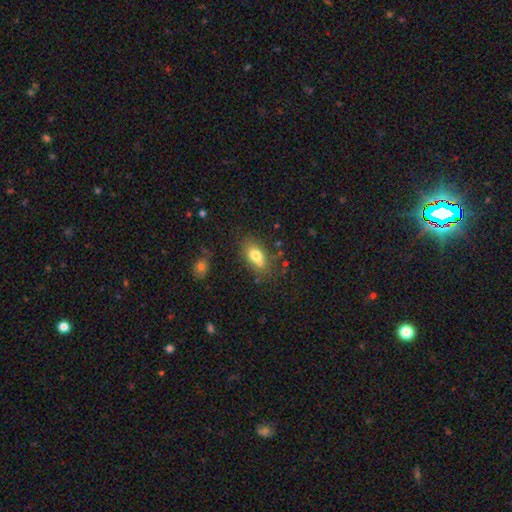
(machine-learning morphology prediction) smooth 75%, featured or disk 15%, star or artifact 10%. Down the decision tree: how rounded — in between (82%); merging — none (58%).